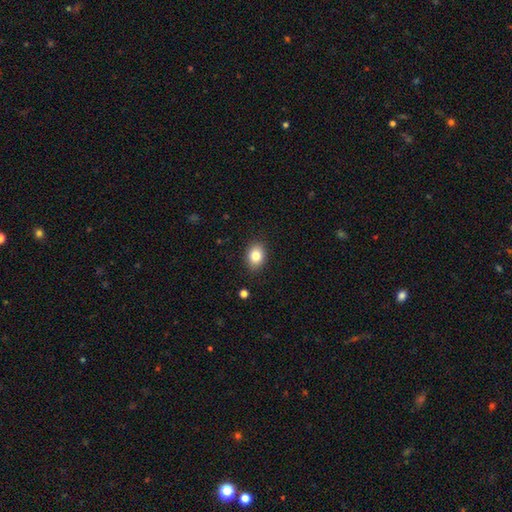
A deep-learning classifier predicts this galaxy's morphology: smooth 83%, star or artifact 9%, featured or disk 8%. Down the decision tree: how rounded — in between (68%); merging — none (88%).